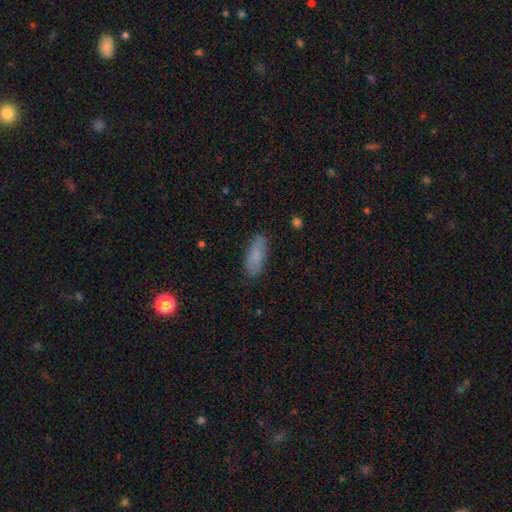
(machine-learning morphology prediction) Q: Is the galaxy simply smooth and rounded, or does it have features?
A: smooth — 80%.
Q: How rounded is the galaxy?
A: in between — 69%.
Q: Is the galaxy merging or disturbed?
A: none — 81%.